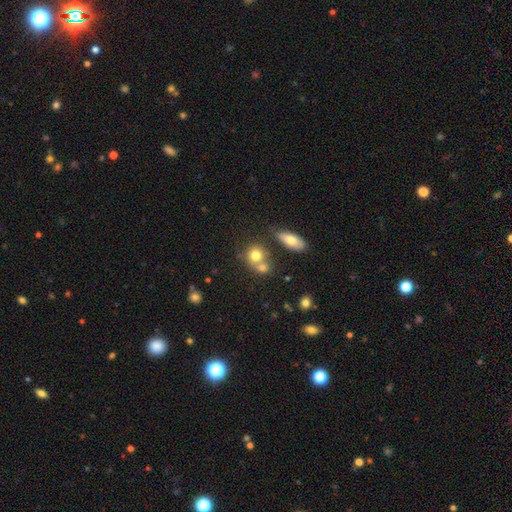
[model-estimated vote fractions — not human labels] This is likely a smooth galaxy (75%). How rounded: likely round (70%). Merging: possibly merger (45%).